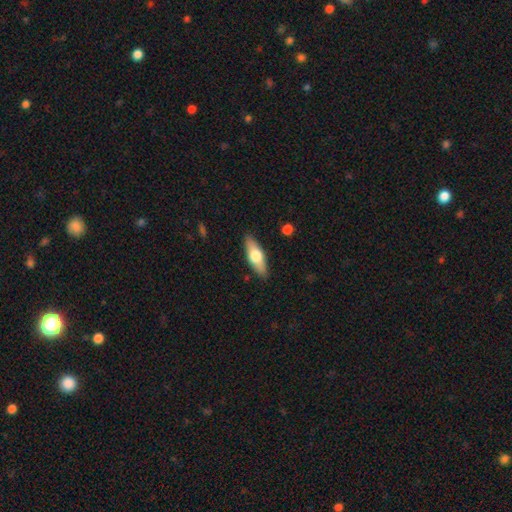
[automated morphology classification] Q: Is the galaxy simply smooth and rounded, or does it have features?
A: smooth — 59%.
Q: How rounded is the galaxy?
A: in between — 61%.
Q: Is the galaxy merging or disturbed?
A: none — 87%.